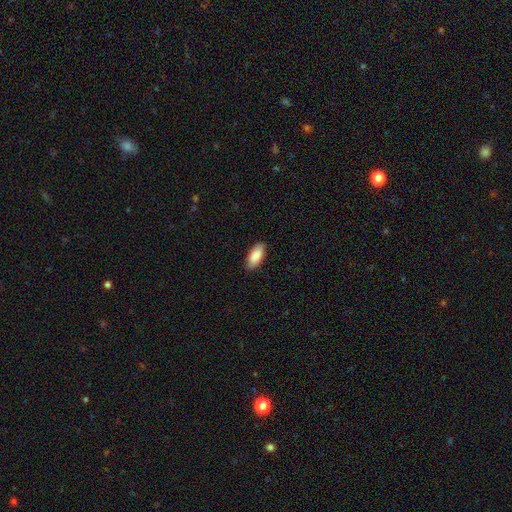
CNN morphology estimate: Smooth or featured? Predicted: smooth (p=0.89). How rounded? Predicted: in between (p=0.87). Merging? Predicted: none (p=0.88).